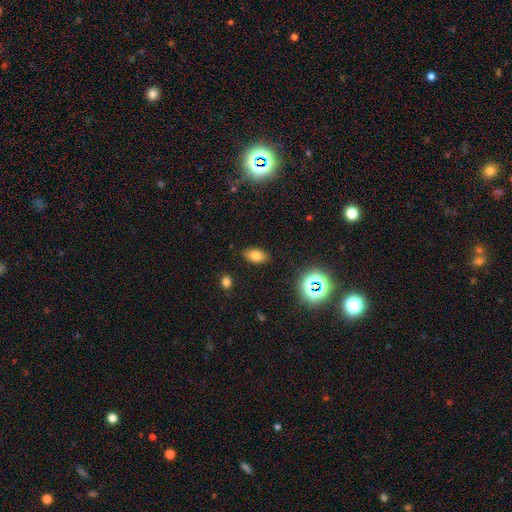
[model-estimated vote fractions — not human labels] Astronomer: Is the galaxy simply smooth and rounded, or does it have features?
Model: smooth — 73%.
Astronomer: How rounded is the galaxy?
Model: in between — 89%.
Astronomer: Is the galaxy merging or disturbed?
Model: none — 86%.